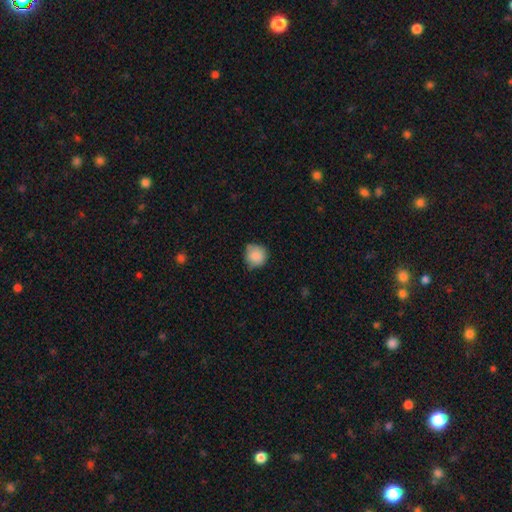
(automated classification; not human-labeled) A smooth galaxy with no disk features (86%) that is round (90%).

Vote fractions:
- Smooth or featured? smooth: 86% / star or artifact: 8% / featured or disk: 6%
- How rounded? round: 90% / in between: 9% / cigar-shaped: 1%
- Merging? none: 67% / minor disturbance: 26% / major disturbance: 4% / merger: 2%